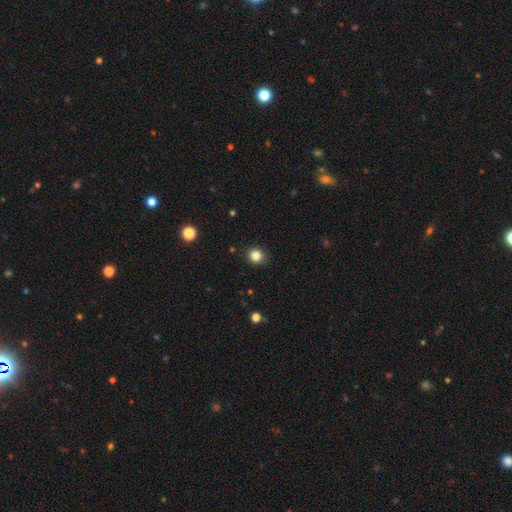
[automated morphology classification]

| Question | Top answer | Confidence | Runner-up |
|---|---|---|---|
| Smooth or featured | smooth | 84% | star or artifact (12%) |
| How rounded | round | 89% | in between (10%) |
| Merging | none | 91% | minor disturbance (6%) |